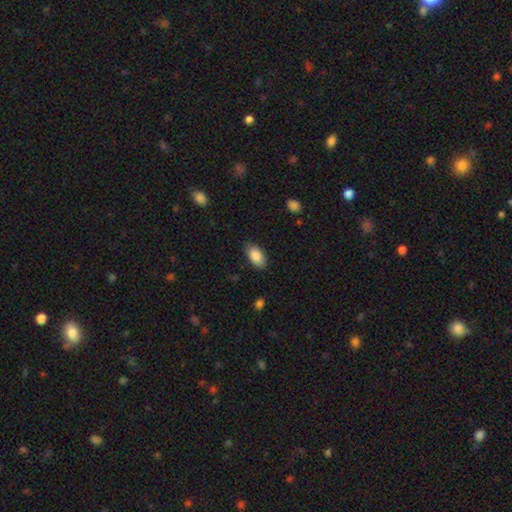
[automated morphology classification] smooth 88%, star or artifact 7%, featured or disk 5%. Down the decision tree: how rounded — in between (94%); merging — none (85%).